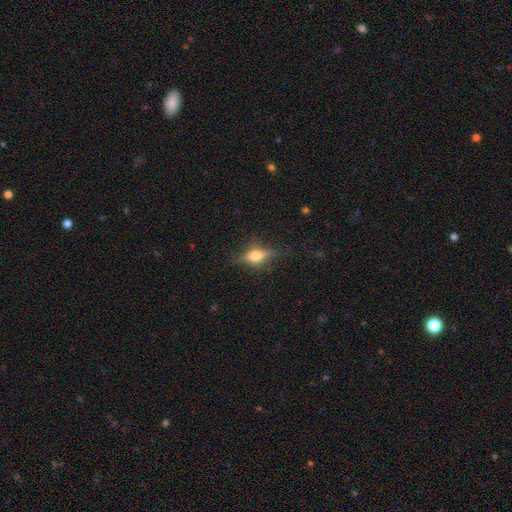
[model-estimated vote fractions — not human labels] smooth-or-featured: smooth: 47% | featured or disk: 41% | star or artifact: 12%
  merging: none: 76% | minor disturbance: 17% | major disturbance: 7% | merger: 1%